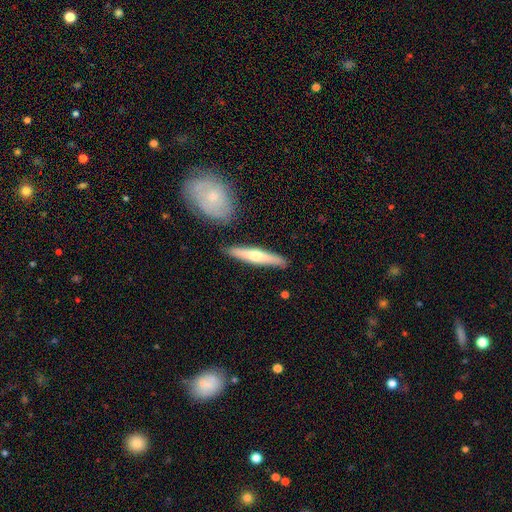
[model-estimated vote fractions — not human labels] A smooth galaxy with no disk features (48%). Merging: none (86%).